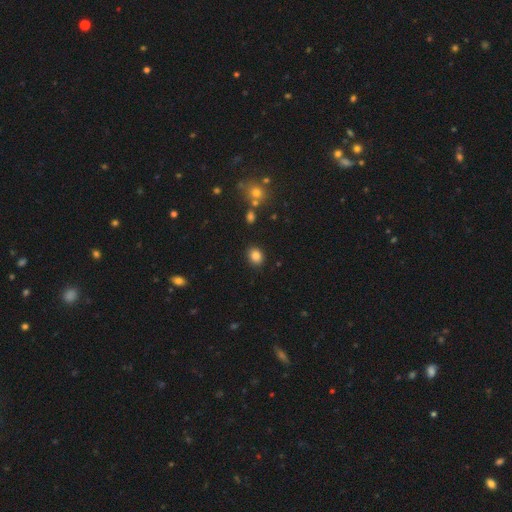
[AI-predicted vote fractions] Smooth or featured?
  - smooth: 84% *
  - star or artifact: 11%
  - featured or disk: 6%
How rounded?
  - round: 54% *
  - in between: 45%
  - cigar-shaped: 1%
Merging?
  - none: 88% *
  - minor disturbance: 8%
  - major disturbance: 2%
  - merger: 2%